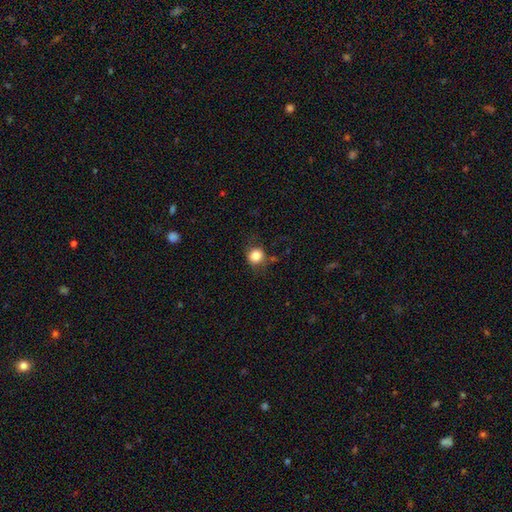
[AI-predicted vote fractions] Smooth or featured?
  - smooth: 82% *
  - star or artifact: 11%
  - featured or disk: 7%
How rounded?
  - round: 84% *
  - in between: 15%
  - cigar-shaped: 1%
Merging?
  - none: 73% *
  - minor disturbance: 17%
  - major disturbance: 6%
  - merger: 3%